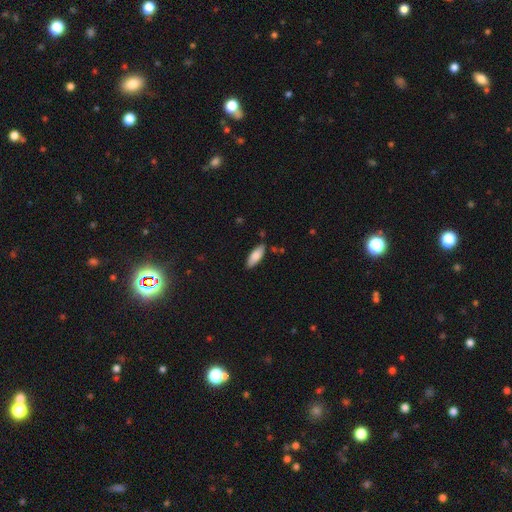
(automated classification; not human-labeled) smooth-or-featured: smooth: 84% | featured or disk: 10% | star or artifact: 6%
  how-rounded: in between: 71% | cigar-shaped: 27% | round: 2%
  merging: none: 83% | minor disturbance: 12% | merger: 2% | major disturbance: 2%